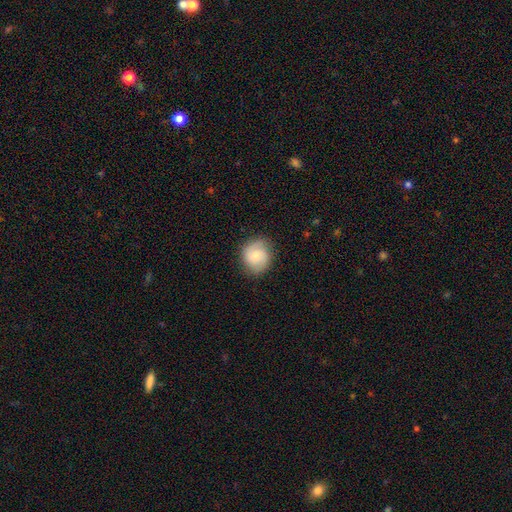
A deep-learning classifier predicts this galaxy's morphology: Smooth or featured: smooth — 48% (featured or disk — 44%)
Merging: none — 82% (minor disturbance — 14%)